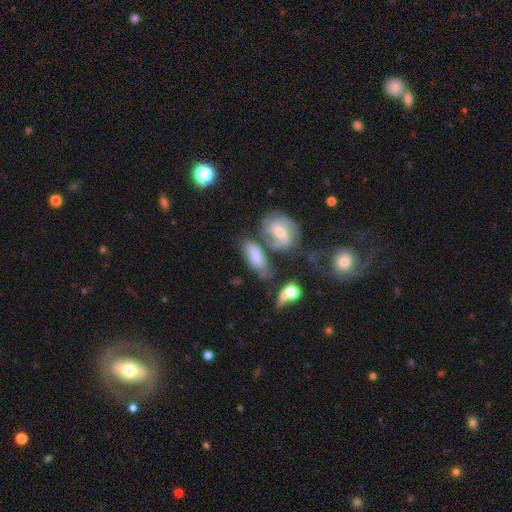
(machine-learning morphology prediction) A smooth galaxy with no disk features (55%) that is in between round and cigar-shaped (80%).

Vote fractions:
- Smooth or featured? smooth: 55% / featured or disk: 36% / star or artifact: 10%
- How rounded? in between: 80% / cigar-shaped: 12% / round: 7%
- Merging? none: 46% / merger: 25% / minor disturbance: 19% / major disturbance: 10%